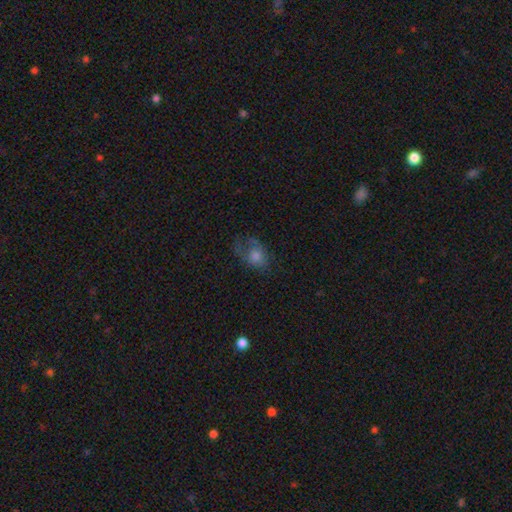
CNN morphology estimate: type=smooth (56%); roundness=in between (62%); merging=none (43%).